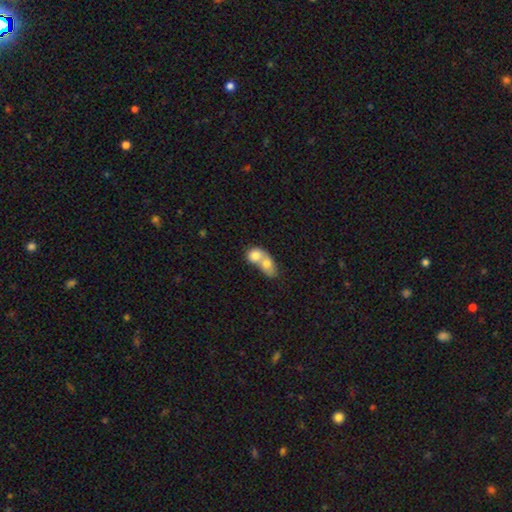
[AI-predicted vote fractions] Smooth or featured? smooth (74%)
How rounded? in between (50%)
Merging? merger (81%)